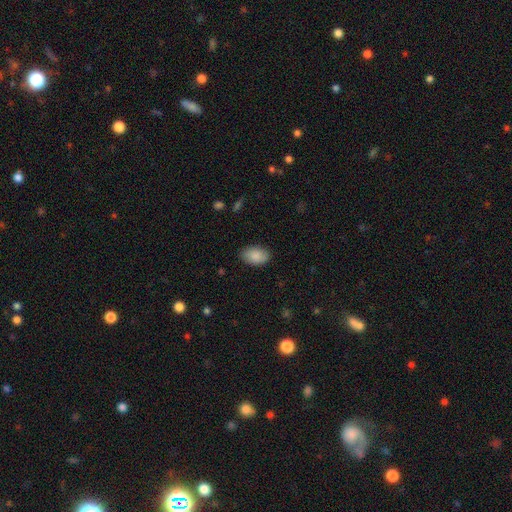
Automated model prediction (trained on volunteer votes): Smooth or featured? smooth (87%)
How rounded? in between (90%)
Merging? none (85%)